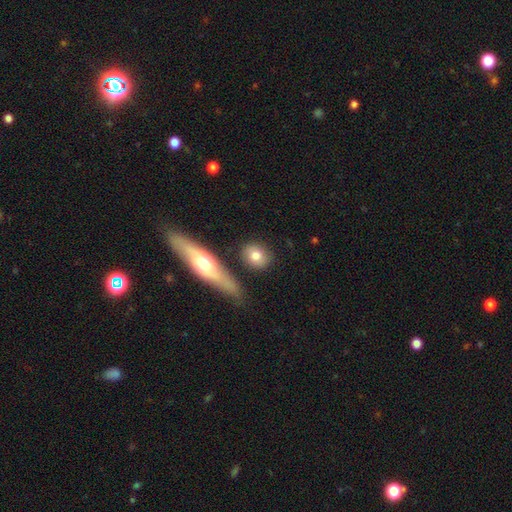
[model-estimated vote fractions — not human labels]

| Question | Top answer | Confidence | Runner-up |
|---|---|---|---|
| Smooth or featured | smooth | 78% | featured or disk (15%) |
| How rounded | round | 66% | in between (29%) |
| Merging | none | 79% | minor disturbance (10%) |